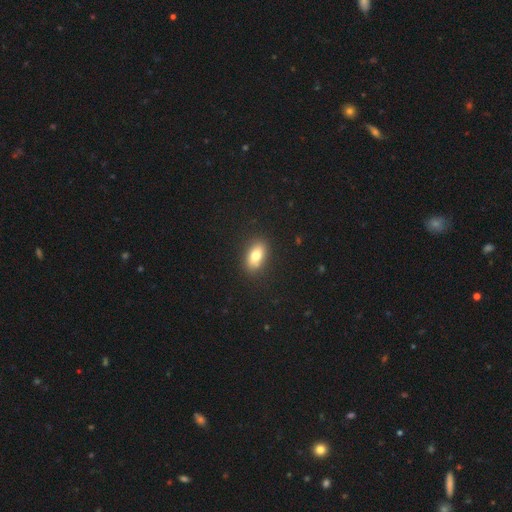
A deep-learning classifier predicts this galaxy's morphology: Overall: smooth (80%). How rounded: in between (87%). Merging: none (86%).